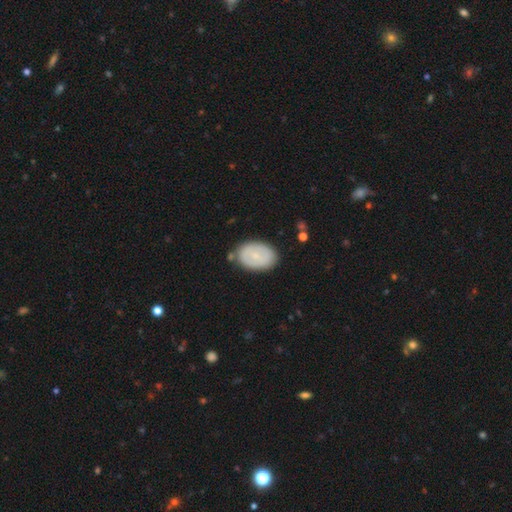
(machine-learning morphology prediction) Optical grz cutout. It shows a smooth galaxy with no disk features (59%) that is in between round and cigar-shaped (86%). Merging: none (80%).